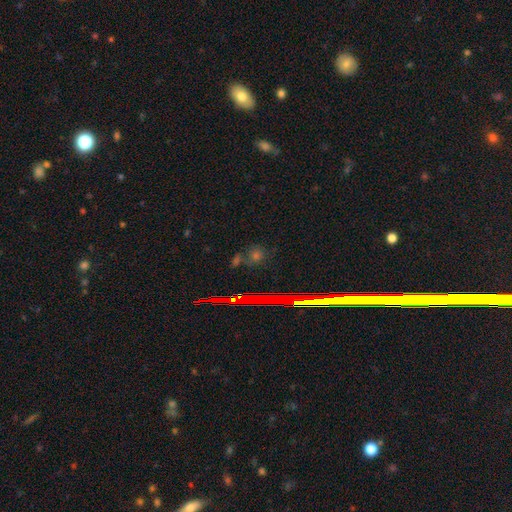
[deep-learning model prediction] The model was most divided on "smooth or featured": star or artifact: 47%, smooth: 37%, featured or disk: 16%.